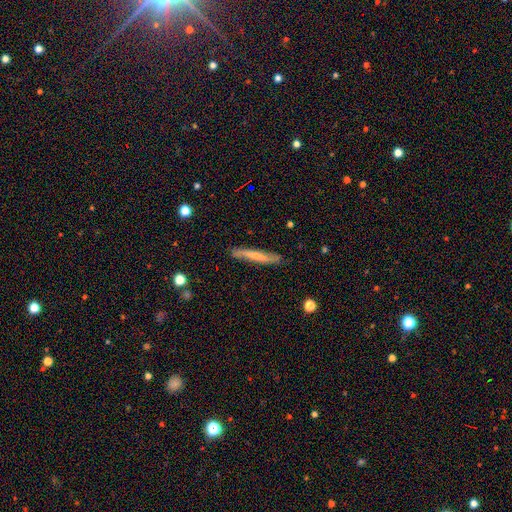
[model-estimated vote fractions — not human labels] Morphology: type=smooth (50%); merging=none (80%).